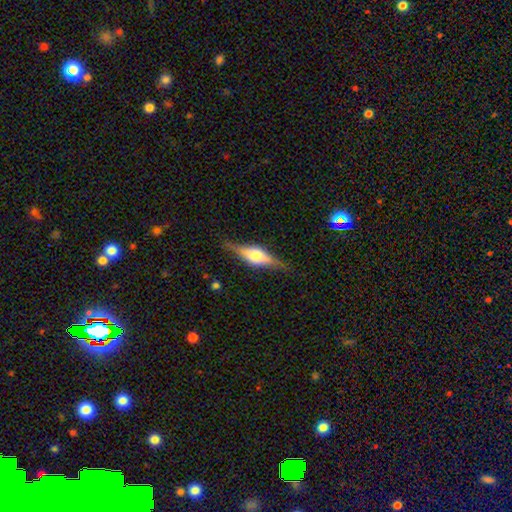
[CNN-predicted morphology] A featured or disk galaxy (61%) viewed edge-on (93%) with a rounded central bulge (84%).

Vote fractions:
- Smooth or featured? featured or disk: 61% / smooth: 33% / star or artifact: 6%
- Edge-on disk? yes: 93% / no: 7%
- Edge-on bulge? rounded: 84% / boxy: 13% / none: 2%
- Merging? none: 80% / minor disturbance: 15% / major disturbance: 4% / merger: 1%